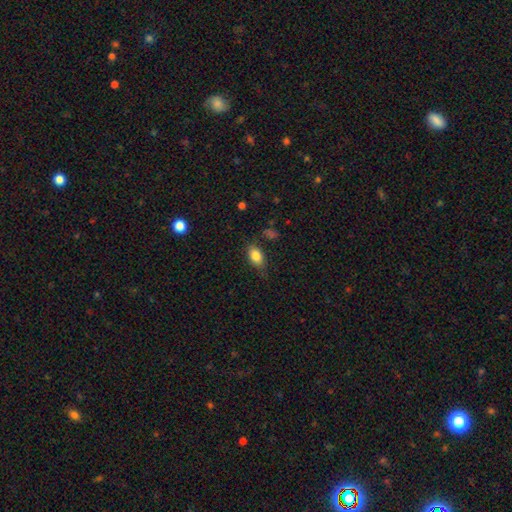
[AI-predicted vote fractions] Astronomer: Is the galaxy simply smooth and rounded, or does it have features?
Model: smooth — 84%.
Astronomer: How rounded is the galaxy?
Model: in between — 88%.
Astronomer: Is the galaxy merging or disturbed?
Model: none — 76%.